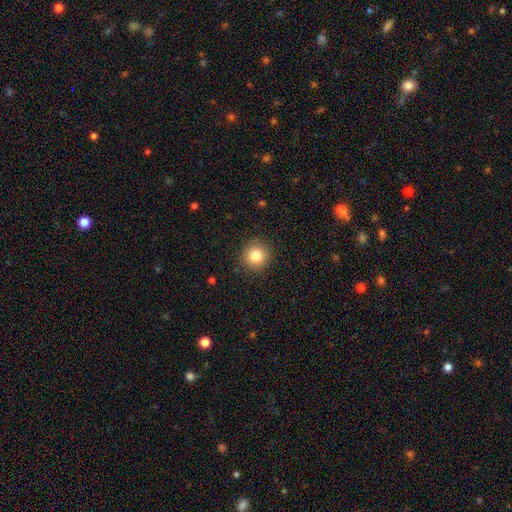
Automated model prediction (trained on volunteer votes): This appears to be a smooth galaxy with no disk features (83%) that is round (93%). Merging: none (90%).